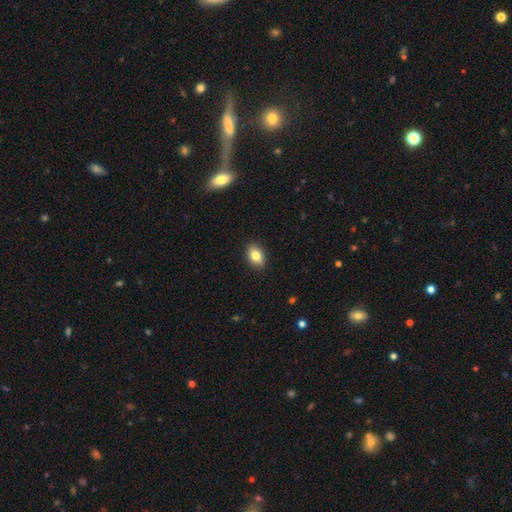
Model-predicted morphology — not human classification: type=smooth (81%); roundness=in between (85%); merging=none (89%).